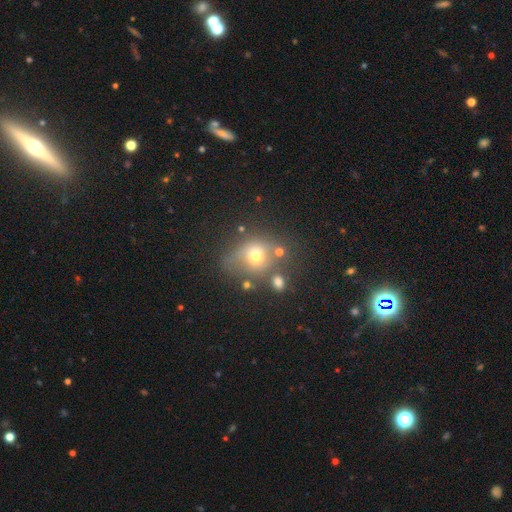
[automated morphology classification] Q: Smooth or featured?
A: smooth (63%); runner-up: featured or disk (19%)
Q: How rounded?
A: round (66%); runner-up: in between (32%)
Q: Merging?
A: none (55%); runner-up: minor disturbance (19%)